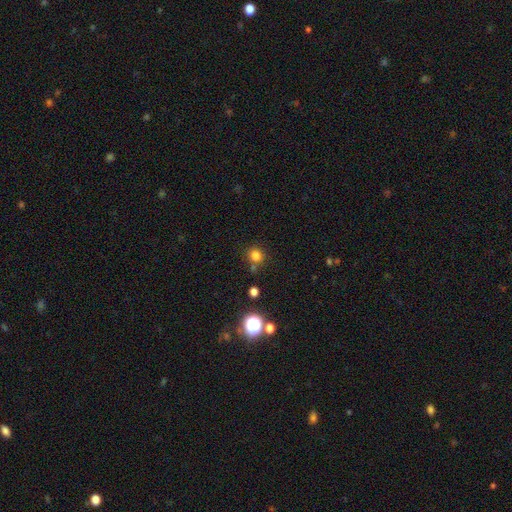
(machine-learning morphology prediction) Smooth or featured?
  - smooth: 78% *
  - star or artifact: 17%
  - featured or disk: 5%
How rounded?
  - round: 85% *
  - in between: 14%
  - cigar-shaped: 1%
Merging?
  - none: 73% *
  - minor disturbance: 12%
  - merger: 11%
  - major disturbance: 4%